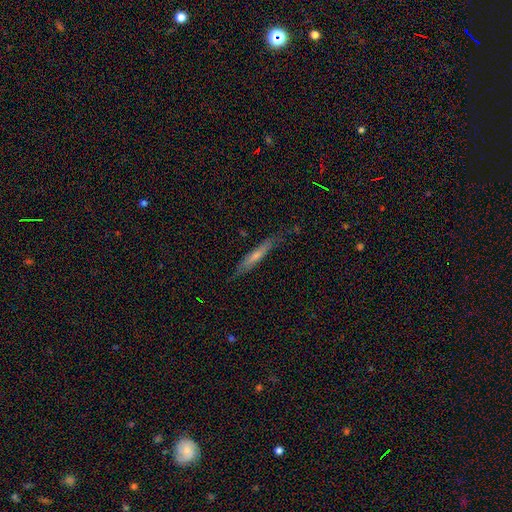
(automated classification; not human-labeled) A smooth galaxy with no disk features (50%).

Vote fractions:
- Smooth or featured? smooth: 50% / featured or disk: 44% / star or artifact: 7%
- Merging? none: 77% / minor disturbance: 18% / major disturbance: 4% / merger: 2%